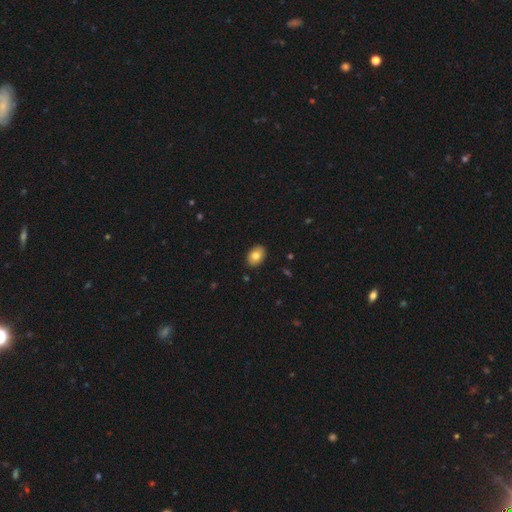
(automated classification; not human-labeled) A smooth galaxy with no disk features (80%) that is in between round and cigar-shaped (84%). Merging: none (89%).